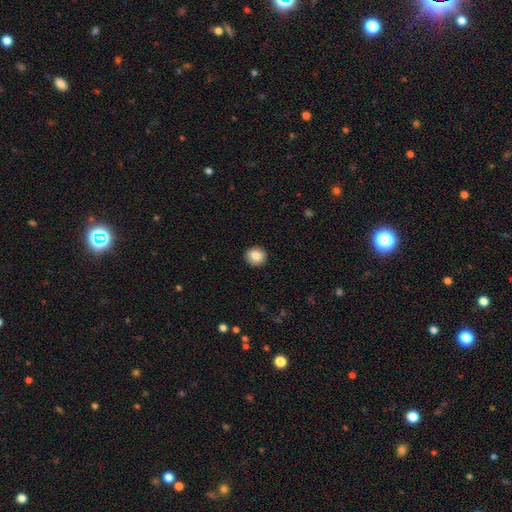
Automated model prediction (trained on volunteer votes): Q: Smooth or featured?
A: smooth (86%); runner-up: star or artifact (8%)
Q: How rounded?
A: round (89%); runner-up: in between (10%)
Q: Merging?
A: none (92%); runner-up: minor disturbance (5%)